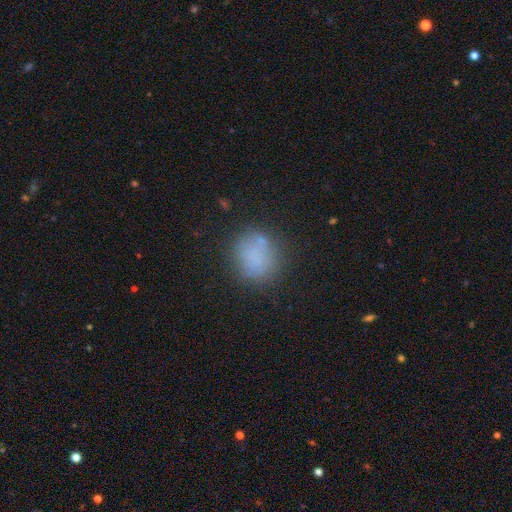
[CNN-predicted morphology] A smooth galaxy with no disk features (72%) that is round (79%). Merging: none (72%).